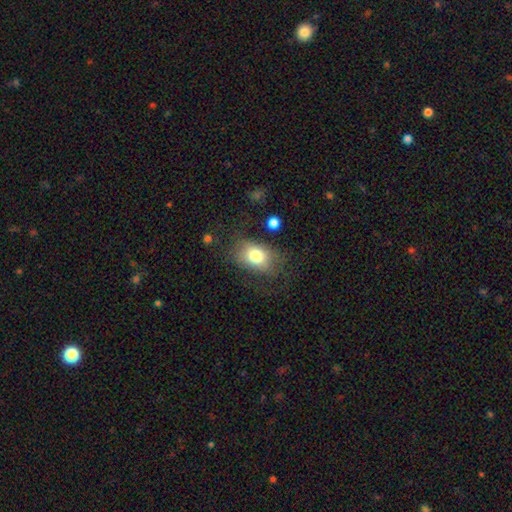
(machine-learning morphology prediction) This is likely a smooth galaxy (76%). How rounded: likely in between (78%). Merging: possibly none (60%).